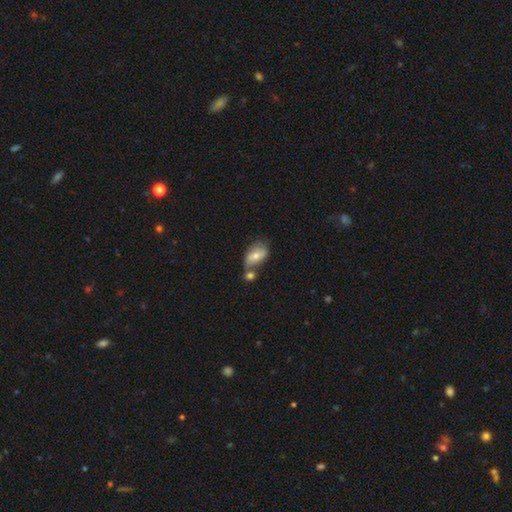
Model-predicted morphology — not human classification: type=smooth (55%); roundness=in between (88%); merging=merger (40%).